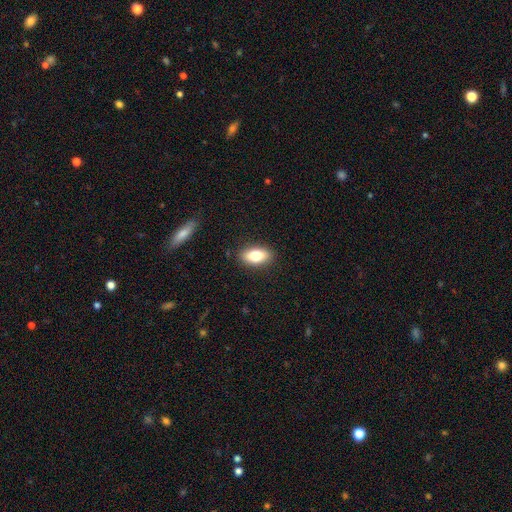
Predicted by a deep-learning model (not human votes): This is likely a smooth galaxy (78%). How rounded: clearly in between (88%). Merging: clearly none (88%).